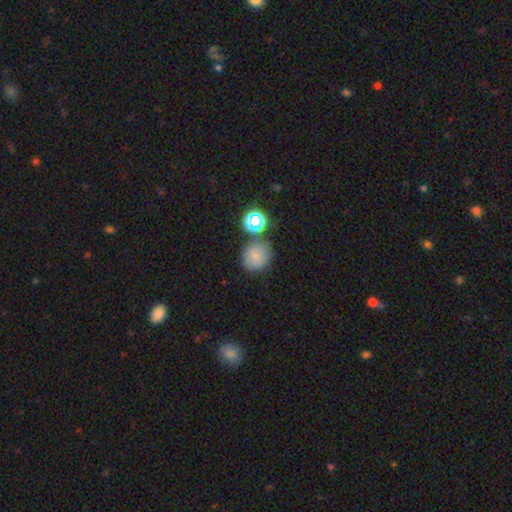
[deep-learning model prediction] A smooth galaxy with no disk features (73%) that is round (82%).

Vote fractions:
- Smooth or featured? smooth: 73% / star or artifact: 18% / featured or disk: 10%
- How rounded? round: 82% / in between: 17% / cigar-shaped: 1%
- Merging? none: 69% / minor disturbance: 14% / merger: 13% / major disturbance: 5%